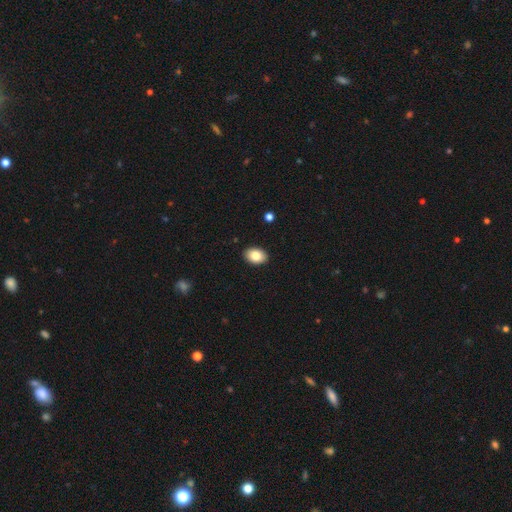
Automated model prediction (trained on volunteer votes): smooth 84%, featured or disk 8%, star or artifact 8%. Down the decision tree: how rounded — in between (82%); merging — none (90%).